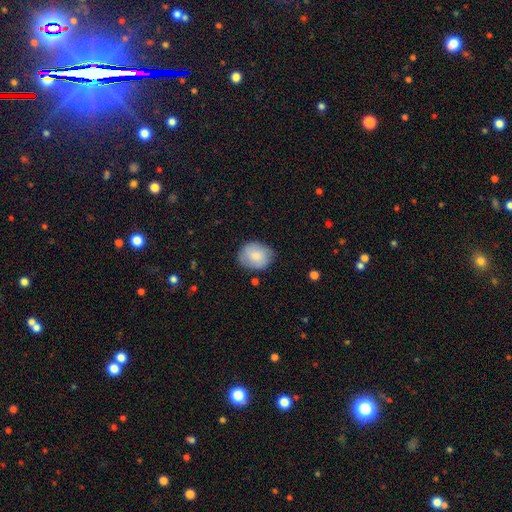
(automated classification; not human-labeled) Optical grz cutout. It shows a smooth galaxy with no disk features (79%) that is round (52%). Merging: none (74%).